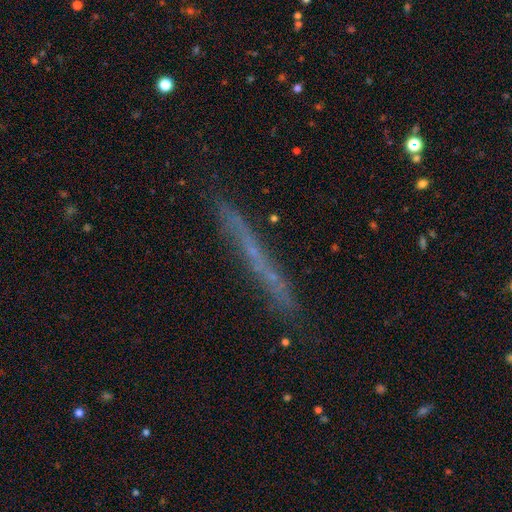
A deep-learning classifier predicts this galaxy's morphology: This is marginally a featured or disk galaxy (44%). Merging: clearly none (85%).